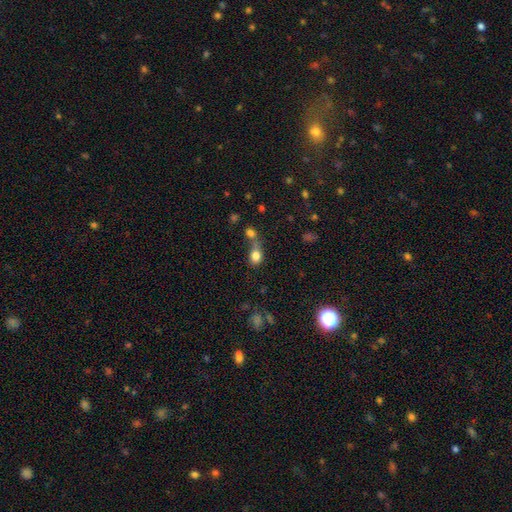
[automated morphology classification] This is clearly a smooth galaxy (80%). How rounded: possibly in between (51%). Merging: marginally merger (44%).